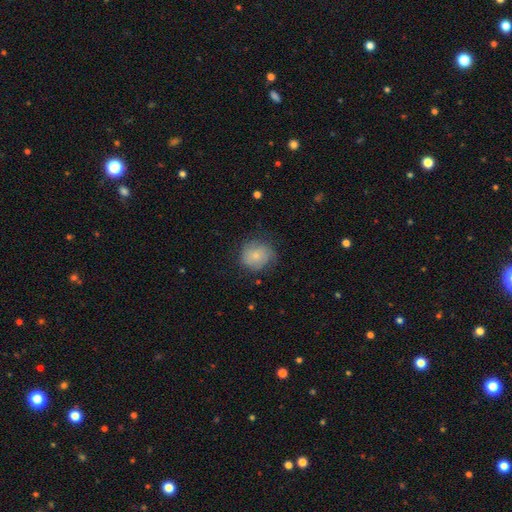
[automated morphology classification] A smooth galaxy with no disk features (68%) that is round (80%).

Vote fractions:
- Smooth or featured? smooth: 68% / featured or disk: 24% / star or artifact: 8%
- How rounded? round: 80% / in between: 19% / cigar-shaped: 1%
- Merging? none: 63% / minor disturbance: 26% / major disturbance: 10% / merger: 1%